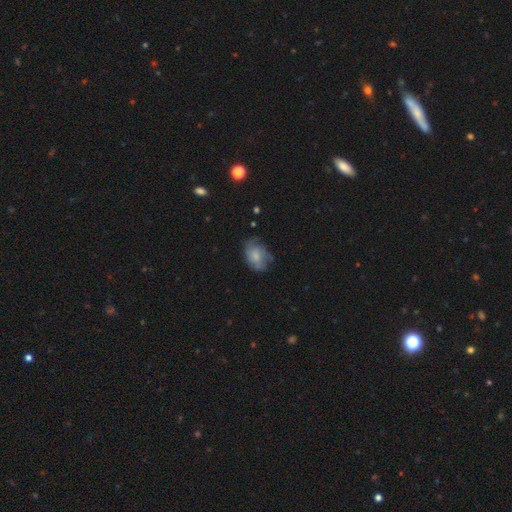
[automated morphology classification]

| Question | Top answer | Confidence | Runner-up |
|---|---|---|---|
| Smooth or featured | smooth | 56% | featured or disk (36%) |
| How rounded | in between | 76% | round (23%) |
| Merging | none | 54% | minor disturbance (29%) |